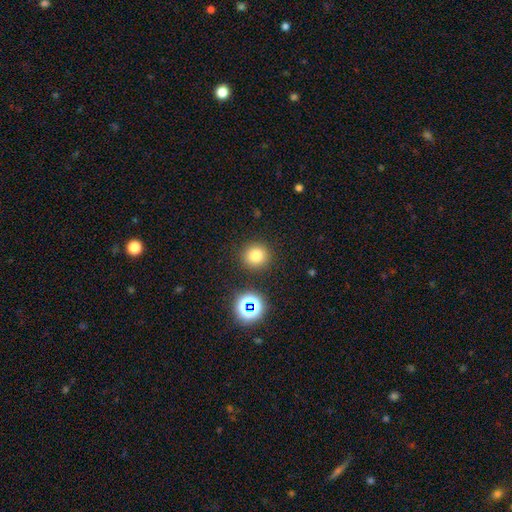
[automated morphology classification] smooth-or-featured: smooth: 76% | star or artifact: 17% | featured or disk: 7%
  how-rounded: round: 93% | in between: 6% | cigar-shaped: 1%
  merging: none: 88% | minor disturbance: 6% | merger: 3% | major disturbance: 3%